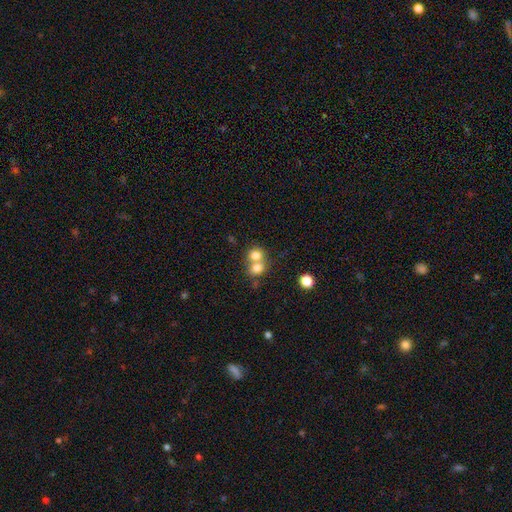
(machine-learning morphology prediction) smooth 76%, featured or disk 13%, star or artifact 11%. Down the decision tree: how rounded — round (75%); merging — merger (63%).